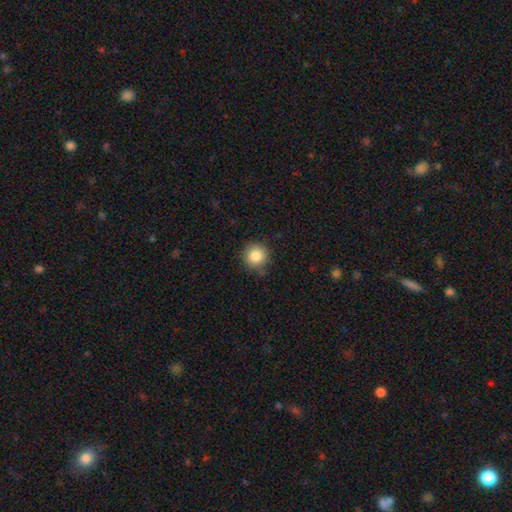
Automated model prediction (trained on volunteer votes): Smooth or featured? Predicted: smooth (p=0.85). How rounded? Predicted: round (p=0.94). Merging? Predicted: none (p=0.84).